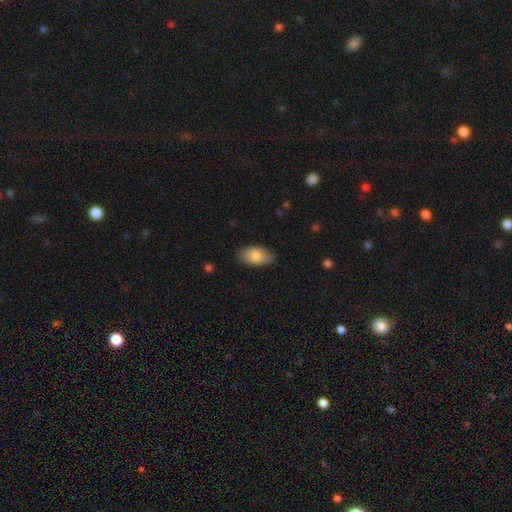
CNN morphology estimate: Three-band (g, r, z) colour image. It shows a smooth galaxy with no disk features (81%) that is in between round and cigar-shaped (94%). Merging: none (84%).